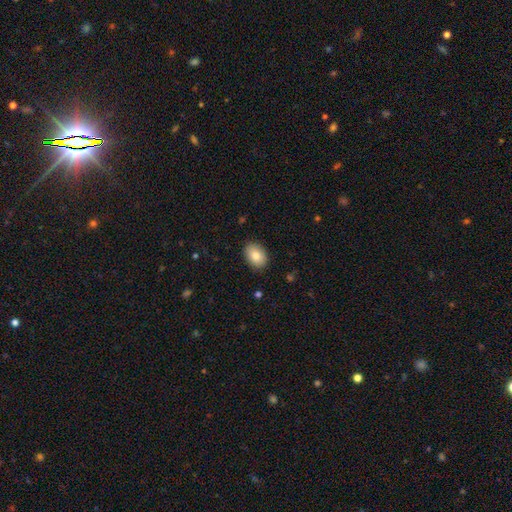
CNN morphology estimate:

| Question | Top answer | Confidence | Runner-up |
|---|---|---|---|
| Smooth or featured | smooth | 84% | featured or disk (9%) |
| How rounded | in between | 82% | round (17%) |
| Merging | none | 89% | minor disturbance (9%) |